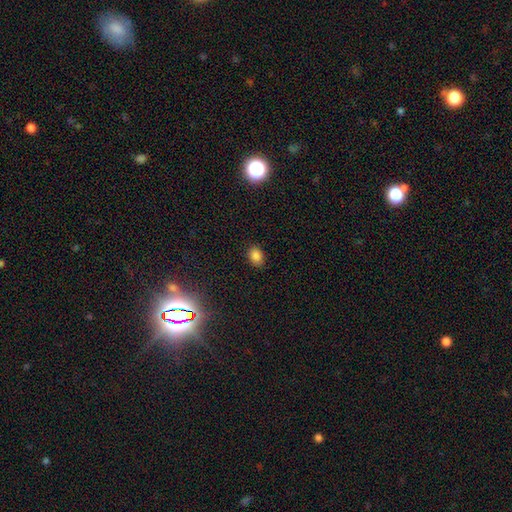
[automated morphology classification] This appears to be a smooth galaxy with no disk features (83%) that is in between round and cigar-shaped (63%). Merging: none (88%).